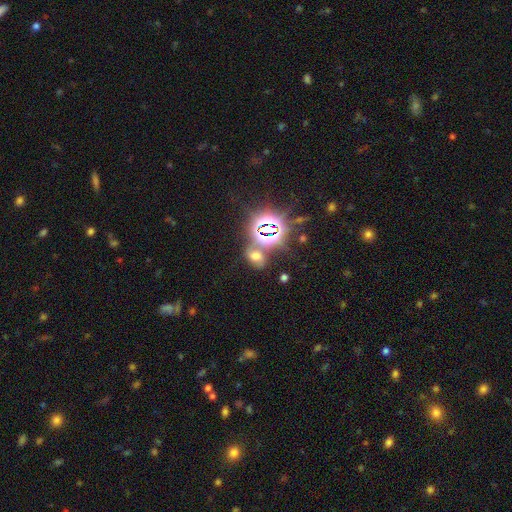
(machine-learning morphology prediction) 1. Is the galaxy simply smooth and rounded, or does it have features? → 46% star or artifact, 38% smooth, 16% featured or disk.